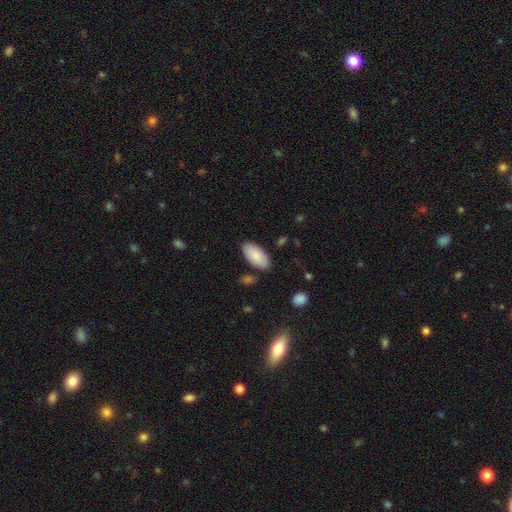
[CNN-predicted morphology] Overall: smooth (86%). How rounded: in between (94%). Merging: none (83%).